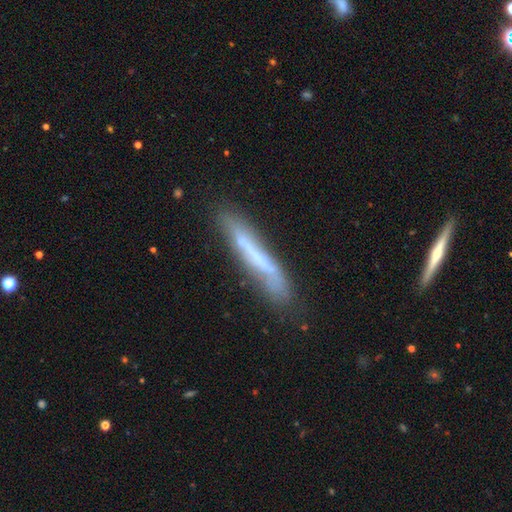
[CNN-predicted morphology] type=featured or disk (48%); merging=none (70%).